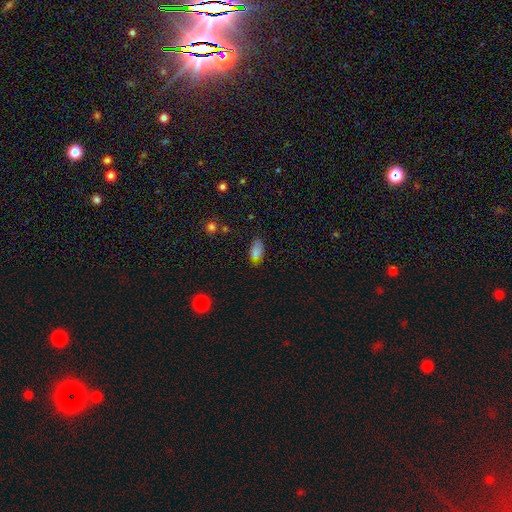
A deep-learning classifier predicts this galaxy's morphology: Smooth or featured: smooth — 79% (star or artifact — 13%)
How rounded: in between — 91% (round — 5%)
Merging: none — 74% (minor disturbance — 20%)